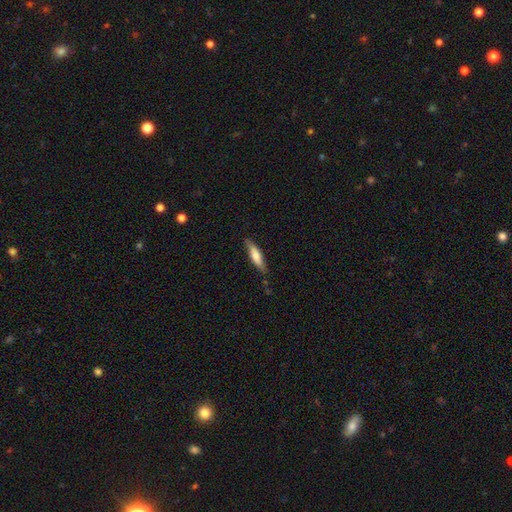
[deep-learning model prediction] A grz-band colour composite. It shows a smooth galaxy with no disk features (67%) that is cigar-shaped (74%). Merging: none (78%).